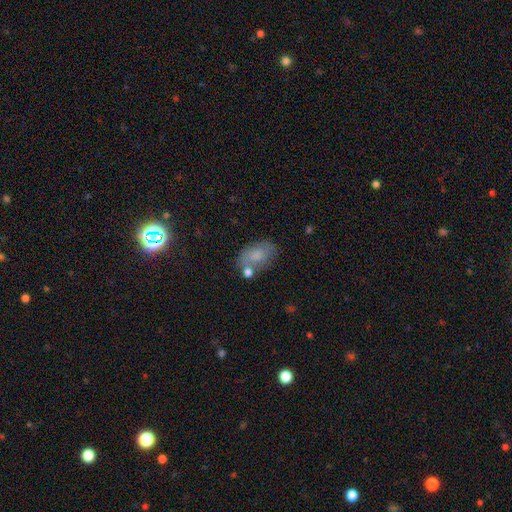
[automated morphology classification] Smooth or featured?
  - smooth: 71% *
  - featured or disk: 19%
  - star or artifact: 10%
How rounded?
  - in between: 87% *
  - round: 11%
  - cigar-shaped: 2%
Merging?
  - none: 57% *
  - minor disturbance: 20%
  - merger: 15%
  - major disturbance: 7%